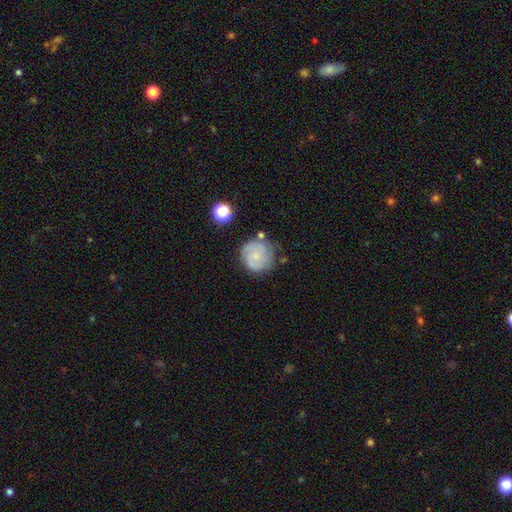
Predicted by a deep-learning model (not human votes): This is possibly a featured or disk galaxy (53%). It is clearly not viewed edge-on (98%). Bar: likely no (79%). Spiral arm pattern: clearly yes (82%). Central bulge: likely small (75%). Merging: likely none (67%).